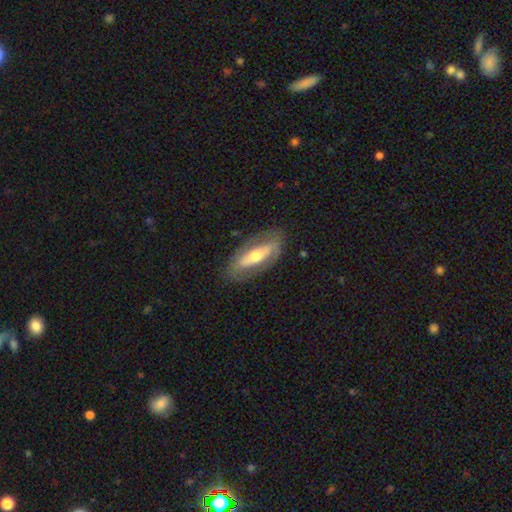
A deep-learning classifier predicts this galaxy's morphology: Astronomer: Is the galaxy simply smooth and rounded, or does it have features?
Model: featured or disk — 62%.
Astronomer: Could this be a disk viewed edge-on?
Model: no — 71%.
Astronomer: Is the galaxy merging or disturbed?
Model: none — 80%.